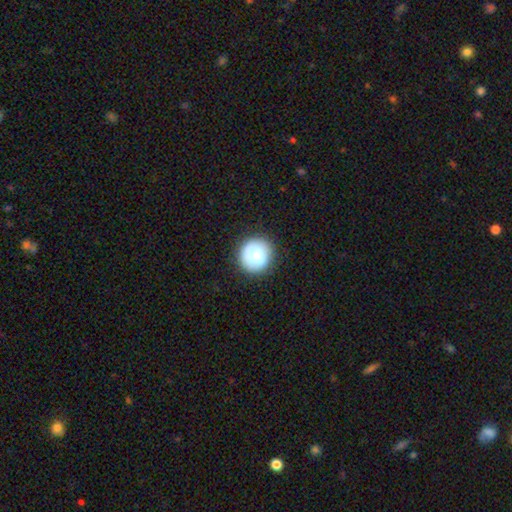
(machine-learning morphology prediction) smooth_or_featured: smooth (p=0.76) [alt: featured or disk p=0.16]
how_rounded: round (p=0.93) [alt: in between p=0.06]
merging: none (p=0.86) [alt: minor disturbance p=0.10]